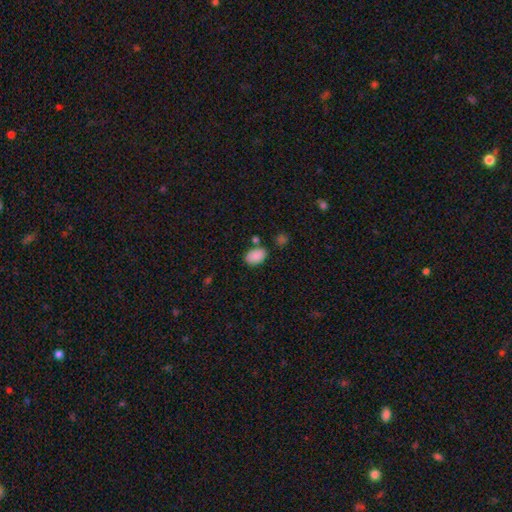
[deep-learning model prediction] Smooth or featured? Predicted: smooth (p=0.88). How rounded? Predicted: in between (p=0.89). Merging? Predicted: none (p=0.75).